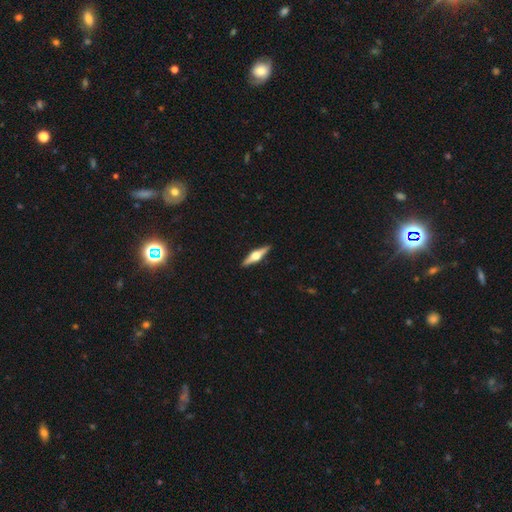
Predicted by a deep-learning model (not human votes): Smooth or featured?
  - featured or disk: 73% *
  - smooth: 22%
  - star or artifact: 5%
Edge-on disk?
  - yes: 98% *
  - no: 2%
Edge-on bulge?
  - rounded: 95% *
  - boxy: 3%
  - none: 1%
Merging?
  - none: 91% *
  - minor disturbance: 6%
  - major disturbance: 1%
  - merger: 1%